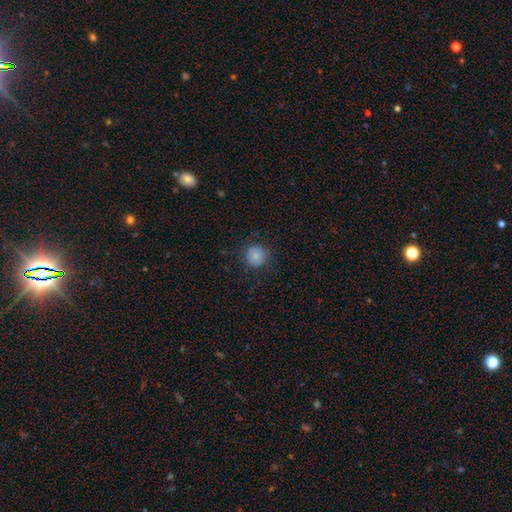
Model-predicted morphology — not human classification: A smooth galaxy with no disk features (85%) that is round (91%).

Vote fractions:
- Smooth or featured? smooth: 85% / star or artifact: 10% / featured or disk: 5%
- How rounded? round: 91% / in between: 8% / cigar-shaped: 1%
- Merging? none: 83% / minor disturbance: 11% / major disturbance: 4% / merger: 1%